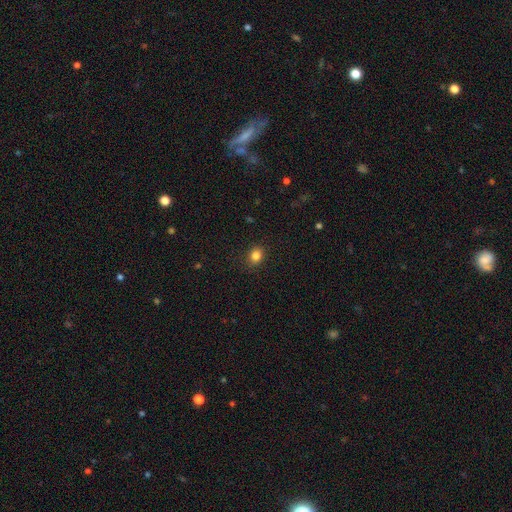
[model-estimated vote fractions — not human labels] Smooth or featured?
  - smooth: 83% *
  - star or artifact: 12%
  - featured or disk: 5%
How rounded?
  - round: 60% *
  - in between: 39%
  - cigar-shaped: 1%
Merging?
  - none: 89% *
  - minor disturbance: 8%
  - major disturbance: 2%
  - merger: 1%